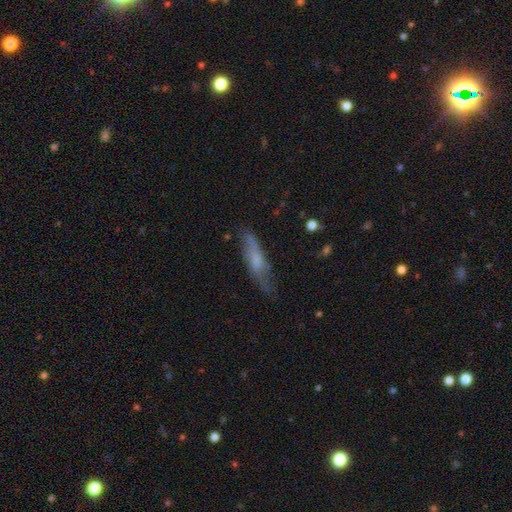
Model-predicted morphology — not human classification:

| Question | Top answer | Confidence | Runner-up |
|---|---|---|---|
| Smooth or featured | smooth | 46% | featured or disk (45%) |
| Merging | none | 65% | minor disturbance (24%) |